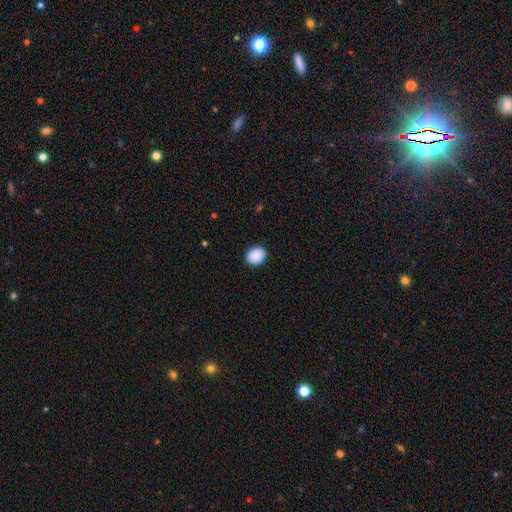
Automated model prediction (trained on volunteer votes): smooth 90%, star or artifact 7%, featured or disk 3%. Down the decision tree: how rounded — round (57%); merging — none (90%).